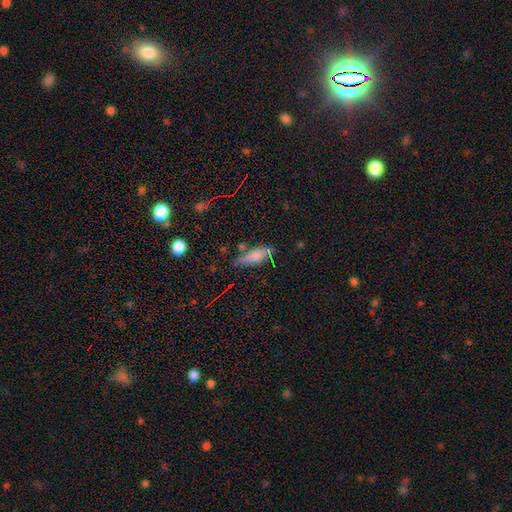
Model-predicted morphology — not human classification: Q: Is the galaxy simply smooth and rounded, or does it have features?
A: smooth — 69%.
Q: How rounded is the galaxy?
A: in between — 59%.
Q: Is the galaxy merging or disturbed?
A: none — 67%.